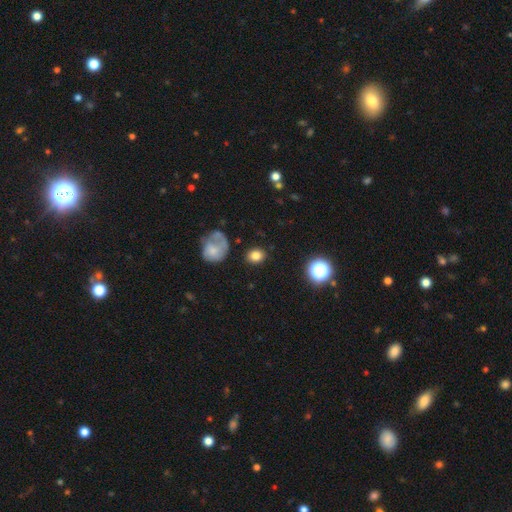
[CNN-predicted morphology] This appears to be a smooth galaxy with no disk features (80%) that is round (67%). Merging: none (82%).